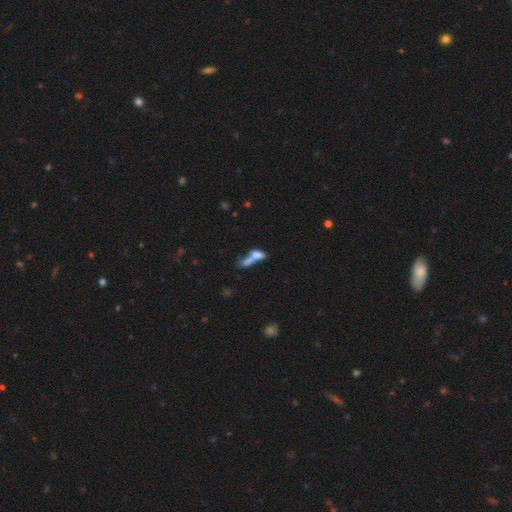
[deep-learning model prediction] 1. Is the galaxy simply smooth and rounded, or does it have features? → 67% smooth, 22% featured or disk, 12% star or artifact.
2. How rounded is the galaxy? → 63% in between, 27% cigar-shaped, 9% round.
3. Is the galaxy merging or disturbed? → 64% merger, 19% none, 8% major disturbance, 8% minor disturbance.